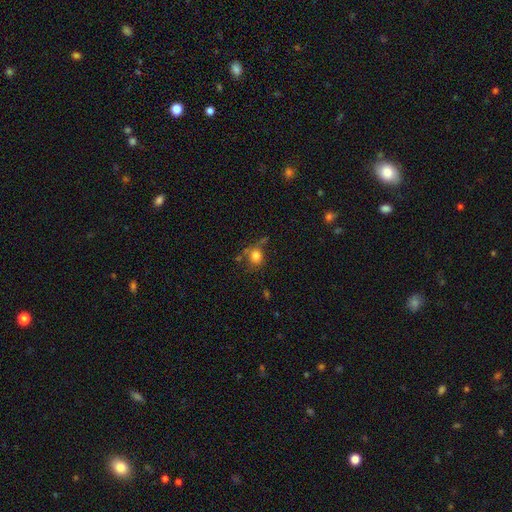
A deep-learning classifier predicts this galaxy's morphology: Smooth or featured?
  - smooth: 78% *
  - star or artifact: 12%
  - featured or disk: 10%
How rounded?
  - round: 73% *
  - in between: 26%
  - cigar-shaped: 1%
Merging?
  - none: 55% *
  - minor disturbance: 22%
  - major disturbance: 13%
  - merger: 11%